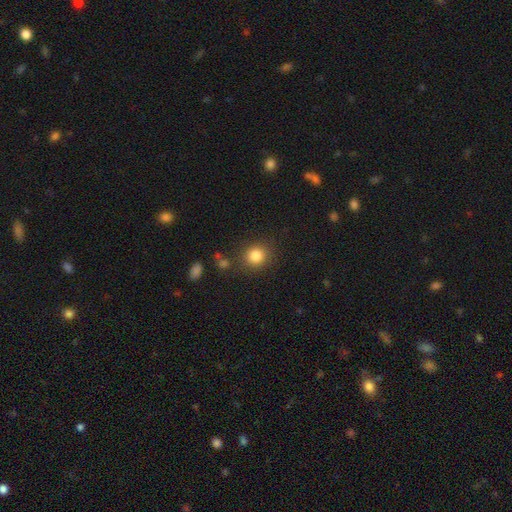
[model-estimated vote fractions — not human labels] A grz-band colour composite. It shows a smooth galaxy with no disk features (85%) that is round (83%). Merging: none (83%).